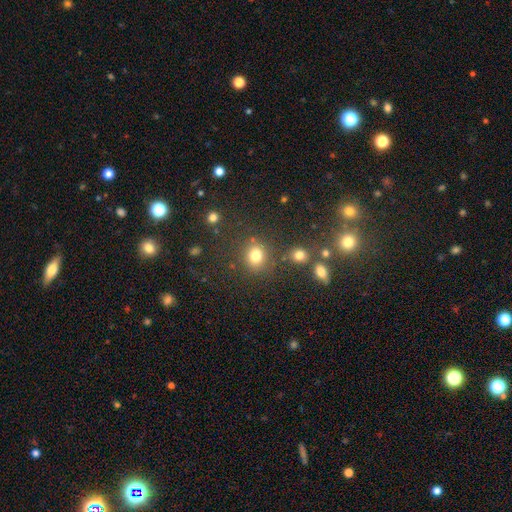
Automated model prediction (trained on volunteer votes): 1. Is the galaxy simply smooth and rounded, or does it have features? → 79% smooth, 15% star or artifact, 6% featured or disk.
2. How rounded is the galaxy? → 78% round, 21% in between, 1% cigar-shaped.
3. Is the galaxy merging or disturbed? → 77% none, 10% minor disturbance, 8% merger, 5% major disturbance.